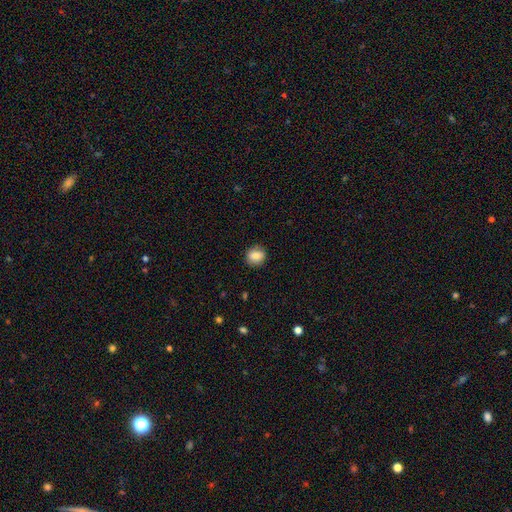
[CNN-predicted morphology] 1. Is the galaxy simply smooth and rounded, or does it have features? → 84% smooth, 9% star or artifact, 7% featured or disk.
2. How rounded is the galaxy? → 80% round, 19% in between, 1% cigar-shaped.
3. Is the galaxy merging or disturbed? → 88% none, 9% minor disturbance, 2% major disturbance, 1% merger.